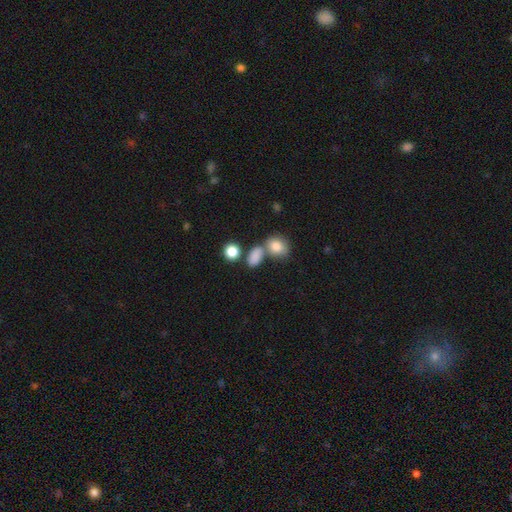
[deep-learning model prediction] Overall: smooth (82%). How rounded: in between (66%; round 31%). Merging: none (51%; merger 31%).